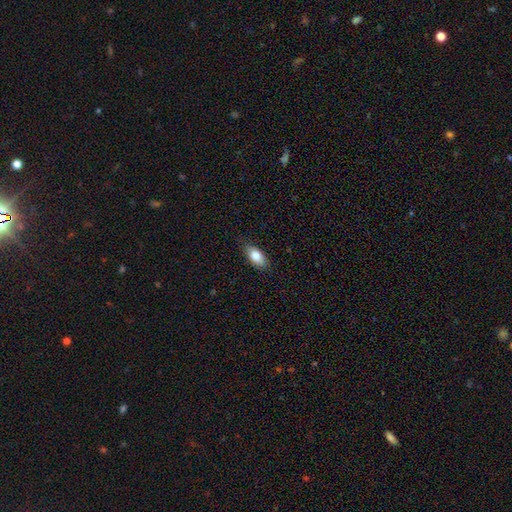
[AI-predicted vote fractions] smooth_or_featured: smooth (p=0.82) [alt: featured or disk p=0.11]
how_rounded: in between (p=0.89) [alt: cigar-shaped p=0.08]
merging: none (p=0.84) [alt: minor disturbance p=0.13]